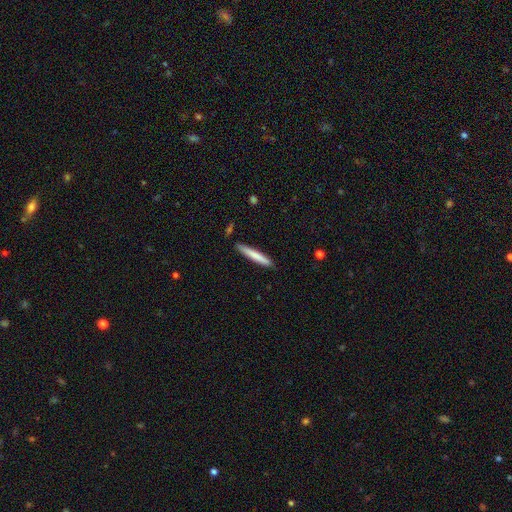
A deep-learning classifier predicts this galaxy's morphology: smooth_or_featured: smooth (p=0.75) [alt: featured or disk p=0.20]
how_rounded: cigar-shaped (p=0.95) [alt: in between p=0.04]
merging: none (p=0.89) [alt: minor disturbance p=0.08]